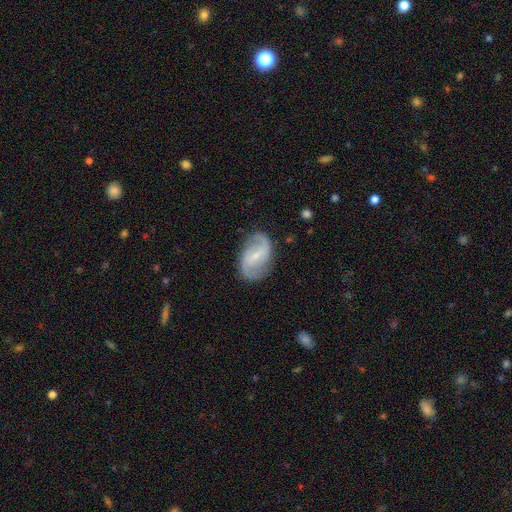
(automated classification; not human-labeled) featured or disk 81%, smooth 13%, star or artifact 5%. Down the decision tree: edge-on disk — no (97%); bar — weak (52%); spiral arms — yes (93%); spiral arm count — 2 (90%); spiral winding — medium (49%); bulge size — small (68%); merging — none (79%).